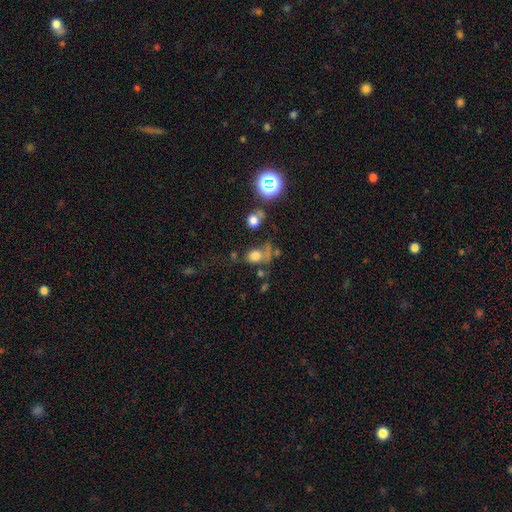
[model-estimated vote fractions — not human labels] Morphology: type=smooth (71%); roundness=in between (50%); merging=none (42%).